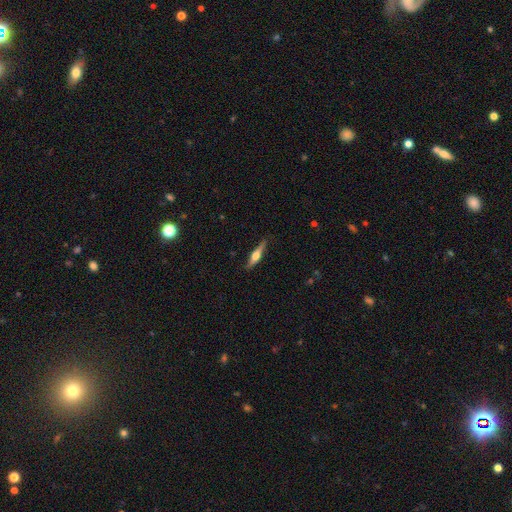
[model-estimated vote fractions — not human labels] Smooth or featured: featured or disk — 61% (smooth — 33%)
Edge-on disk: yes — 96% (no — 4%)
Edge-on bulge: rounded — 92% (boxy — 5%)
Merging: none — 86% (minor disturbance — 11%)